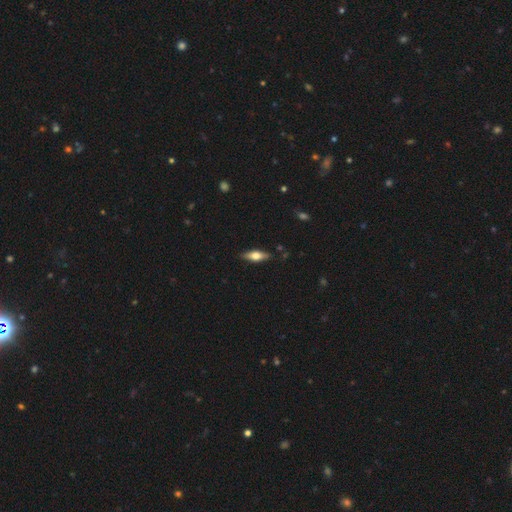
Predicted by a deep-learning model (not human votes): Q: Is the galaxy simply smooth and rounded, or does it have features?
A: featured or disk — 48%.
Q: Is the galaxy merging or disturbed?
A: none — 86%.